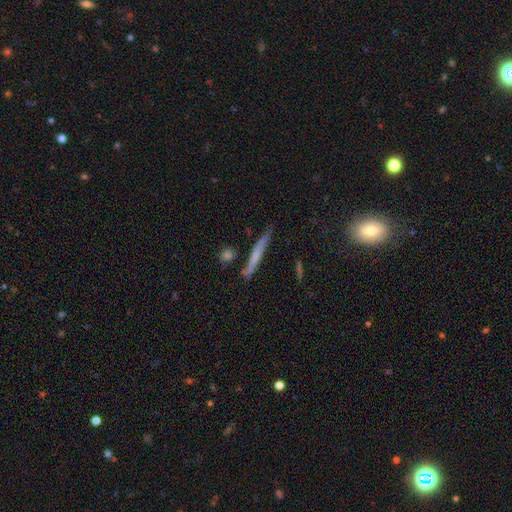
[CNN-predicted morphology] Smooth or featured? Predicted: smooth (p=0.50). Merging? Predicted: none (p=0.80).